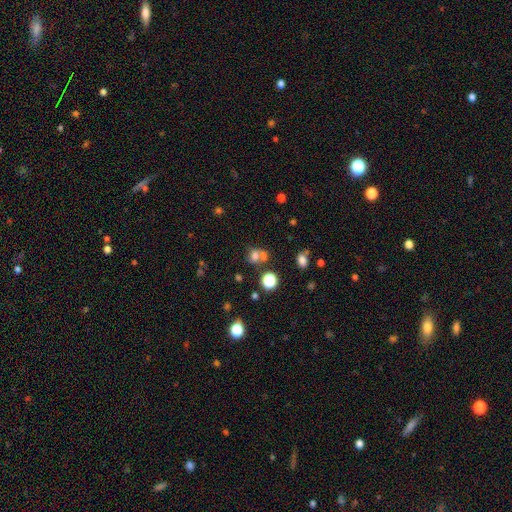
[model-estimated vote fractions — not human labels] Overall: smooth (66%). How rounded: round (60%; in between 39%). Merging: merger (41%; none 40%).